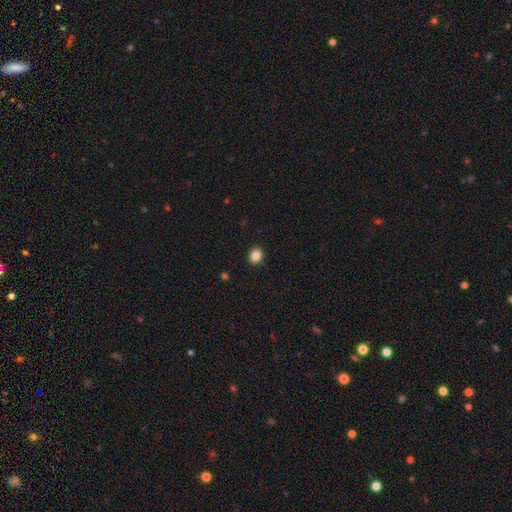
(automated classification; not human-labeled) Overall: smooth (86%). How rounded: round (63%; in between 36%). Merging: none (91%).